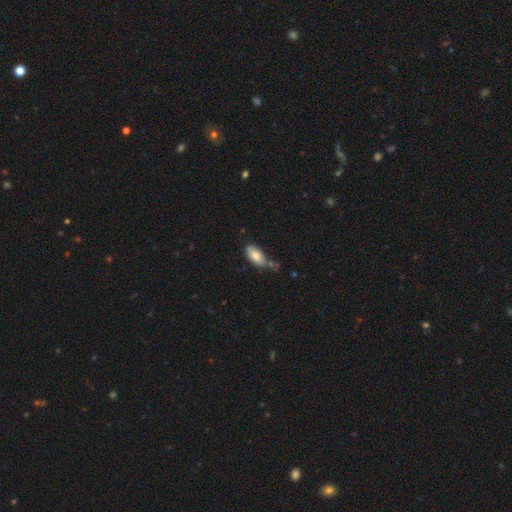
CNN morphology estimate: A smooth galaxy with no disk features (81%) that is in between round and cigar-shaped (90%).

Vote fractions:
- Smooth or featured? smooth: 81% / featured or disk: 12% / star or artifact: 7%
- How rounded? in between: 90% / cigar-shaped: 7% / round: 3%
- Merging? none: 51% / minor disturbance: 28% / merger: 13% / major disturbance: 8%